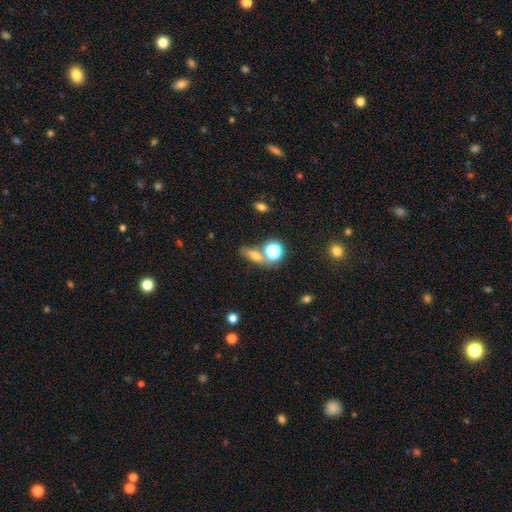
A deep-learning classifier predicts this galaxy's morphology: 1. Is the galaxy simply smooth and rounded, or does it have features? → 59% smooth, 22% star or artifact, 19% featured or disk.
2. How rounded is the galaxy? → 49% in between, 26% round, 26% cigar-shaped.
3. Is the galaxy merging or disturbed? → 58% none, 23% merger, 13% minor disturbance, 6% major disturbance.